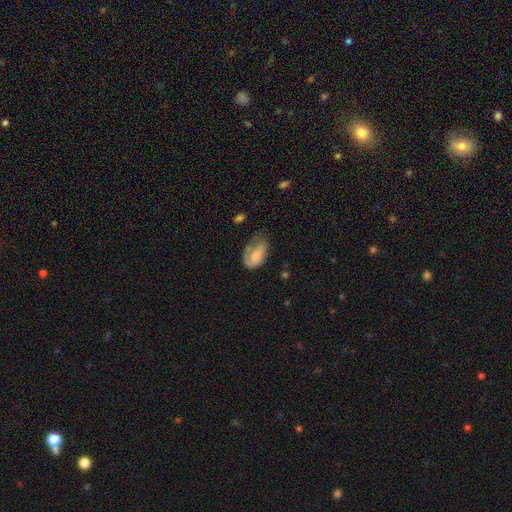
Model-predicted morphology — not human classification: smooth-or-featured: smooth: 61% | featured or disk: 32% | star or artifact: 7%
  how-rounded: in between: 89% | round: 8% | cigar-shaped: 2%
  merging: none: 35% | major disturbance: 31% | minor disturbance: 31% | merger: 3%